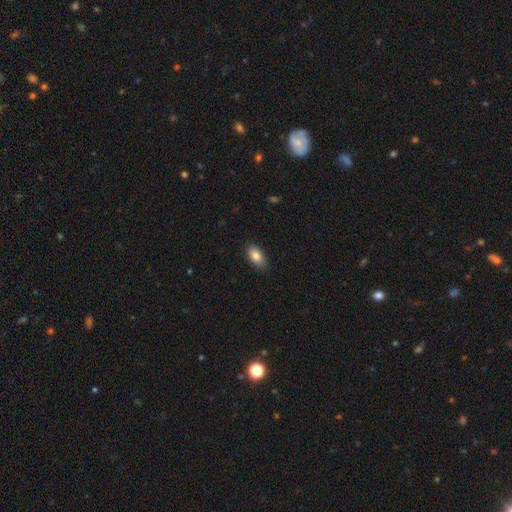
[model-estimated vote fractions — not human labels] Q: Smooth or featured?
A: smooth (84%); runner-up: featured or disk (8%)
Q: How rounded?
A: in between (92%); runner-up: round (5%)
Q: Merging?
A: none (86%); runner-up: minor disturbance (11%)